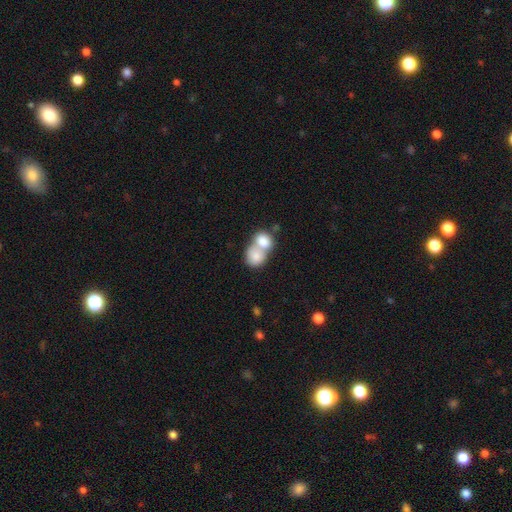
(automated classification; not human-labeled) A smooth galaxy with no disk features (80%) that is round (56%). Merging: merger (75%).